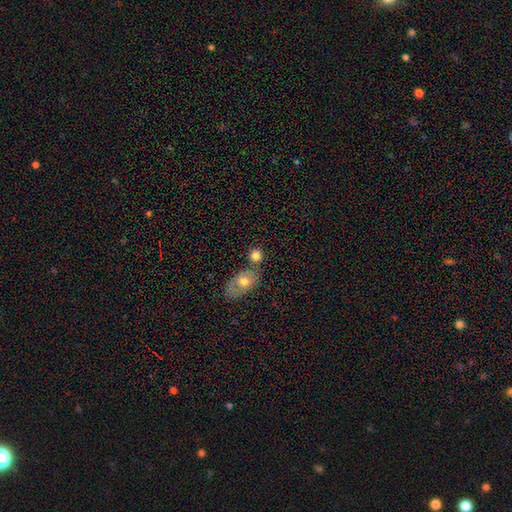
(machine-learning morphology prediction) Smooth or featured?
  - smooth: 80% *
  - featured or disk: 11%
  - star or artifact: 9%
How rounded?
  - round: 69% *
  - in between: 29%
  - cigar-shaped: 2%
Merging?
  - none: 56% *
  - merger: 30%
  - minor disturbance: 10%
  - major disturbance: 4%